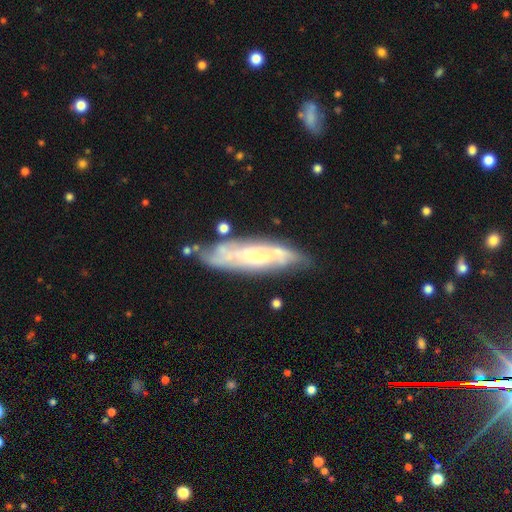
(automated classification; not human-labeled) This is likely a featured or disk galaxy (70%). It is likely not viewed edge-on (67%). Merging: likely none (68%).